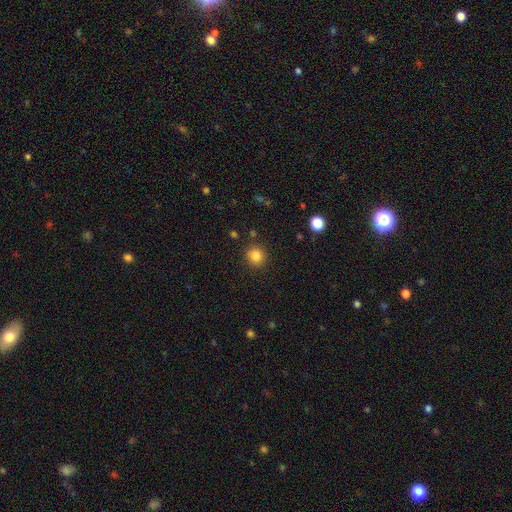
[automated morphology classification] Smooth or featured?
  - smooth: 83% *
  - star or artifact: 12%
  - featured or disk: 5%
How rounded?
  - round: 89% *
  - in between: 10%
  - cigar-shaped: 1%
Merging?
  - none: 87% *
  - minor disturbance: 8%
  - major disturbance: 2%
  - merger: 2%